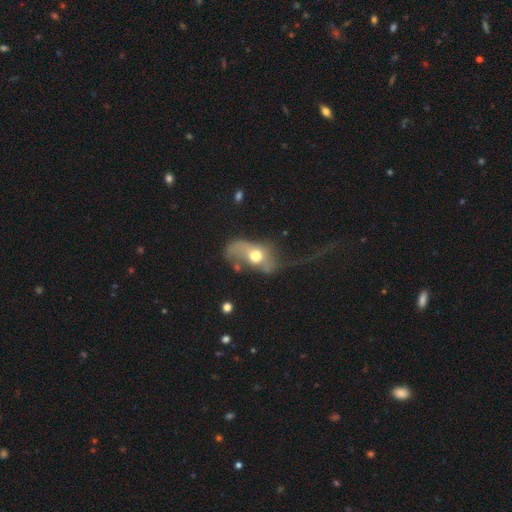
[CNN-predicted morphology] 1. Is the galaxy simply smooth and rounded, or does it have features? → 46% featured or disk, 44% smooth, 10% star or artifact.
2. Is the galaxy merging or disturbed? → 55% major disturbance, 20% none, 17% minor disturbance, 8% merger.